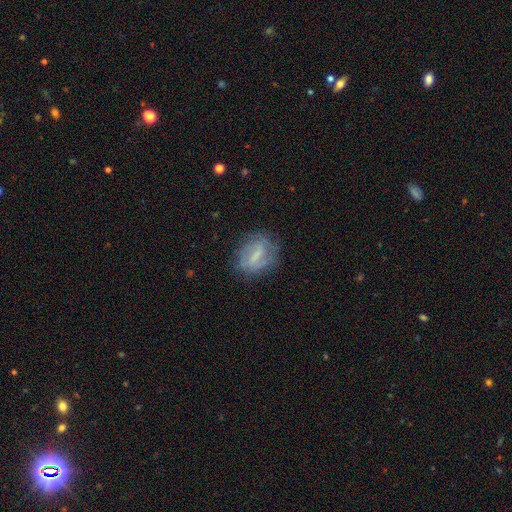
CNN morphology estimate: Smooth or featured? Predicted: featured or disk (p=0.58). Edge-on disk? Predicted: no (p=0.93). Bar? Predicted: strong (p=0.50). Spiral arms? Predicted: yes (p=0.60). Bulge size? Predicted: none (p=0.43). Merging? Predicted: none (p=0.70).